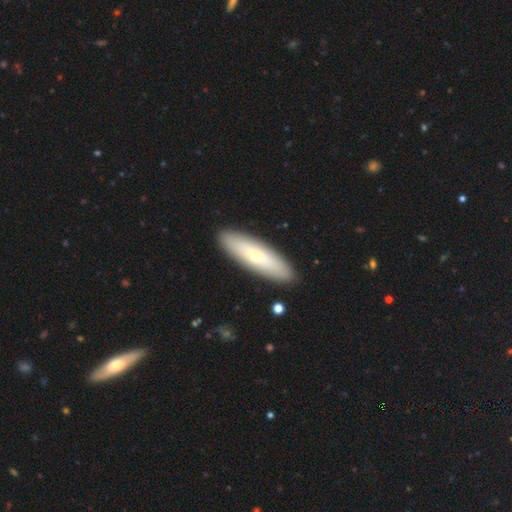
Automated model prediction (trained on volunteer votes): This appears to be a smooth galaxy with no disk features (57%) that is cigar-shaped (58%). Merging: none (90%).